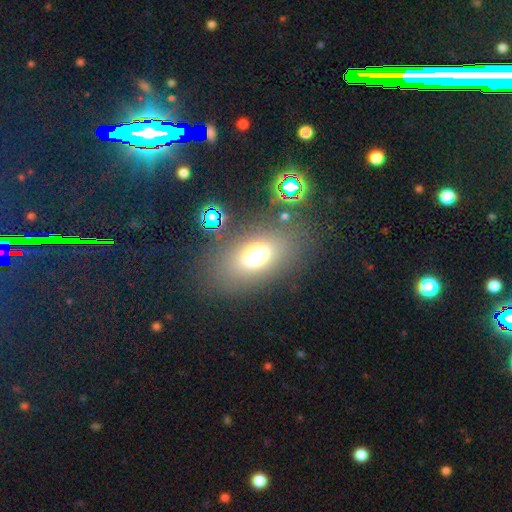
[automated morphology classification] A smooth galaxy with no disk features (67%) that is in between round and cigar-shaped (77%).

Vote fractions:
- Smooth or featured? smooth: 67% / star or artifact: 20% / featured or disk: 13%
- How rounded? in between: 77% / round: 21% / cigar-shaped: 2%
- Merging? none: 77% / minor disturbance: 10% / major disturbance: 7% / merger: 6%